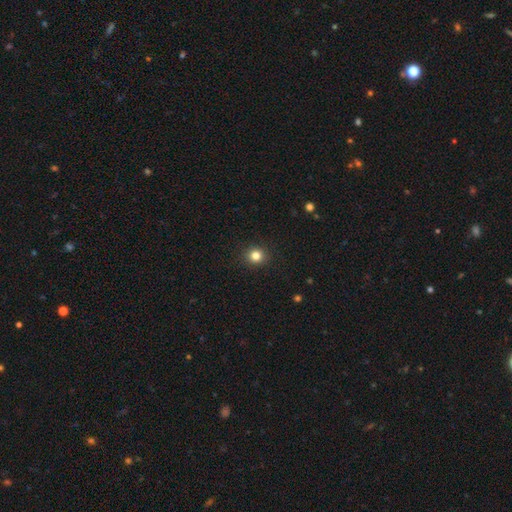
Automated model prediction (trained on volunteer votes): Smooth or featured? smooth (82%)
How rounded? round (91%)
Merging? none (92%)